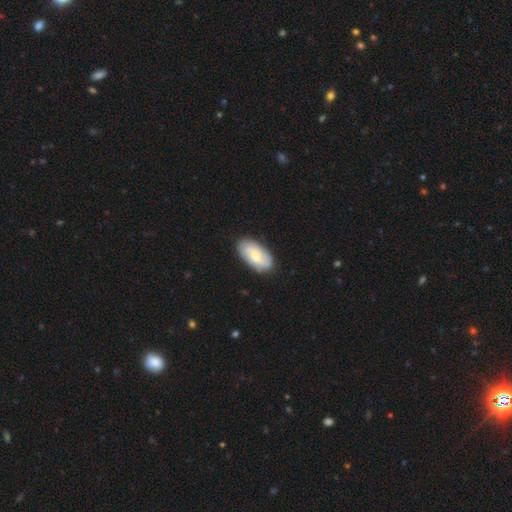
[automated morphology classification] Smooth or featured? smooth (61%)
How rounded? in between (94%)
Merging? none (85%)